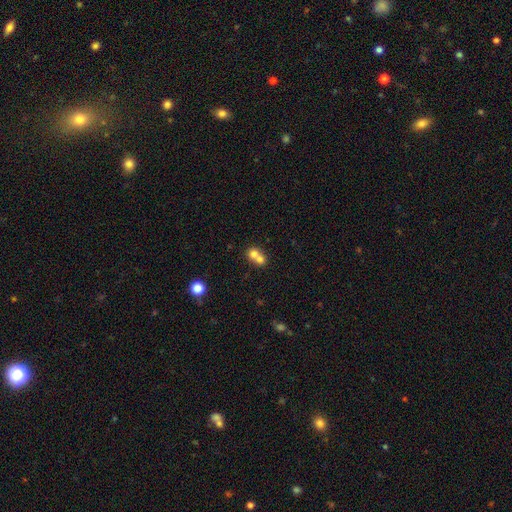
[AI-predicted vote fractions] Q: Smooth or featured?
A: smooth (71%); runner-up: featured or disk (18%)
Q: How rounded?
A: round (76%); runner-up: in between (23%)
Q: Merging?
A: merger (65%); runner-up: none (28%)